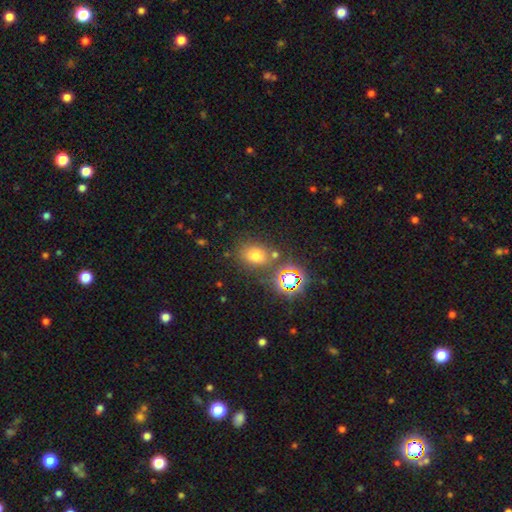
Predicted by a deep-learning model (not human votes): Q: Smooth or featured?
A: smooth (63%); runner-up: star or artifact (26%)
Q: How rounded?
A: in between (61%); runner-up: round (37%)
Q: Merging?
A: none (73%); runner-up: minor disturbance (12%)